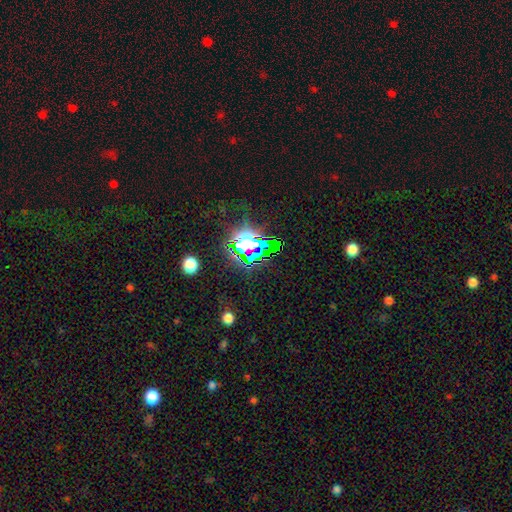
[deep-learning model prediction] Smooth or featured? star or artifact (73%)